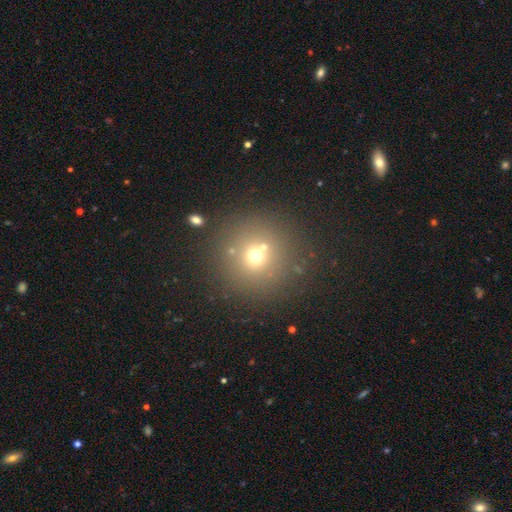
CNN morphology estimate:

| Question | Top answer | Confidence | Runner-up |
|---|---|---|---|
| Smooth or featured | smooth | 64% | star or artifact (22%) |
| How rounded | round | 94% | in between (5%) |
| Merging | none | 78% | merger (10%) |